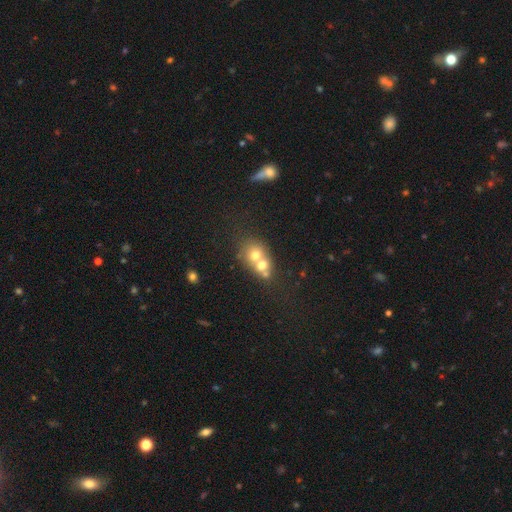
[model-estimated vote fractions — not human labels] The model was most divided on "how rounded": round: 66%, in between: 33%, cigar-shaped: 1%. More confident: merging — merger (66%); smooth or featured — smooth (62%).